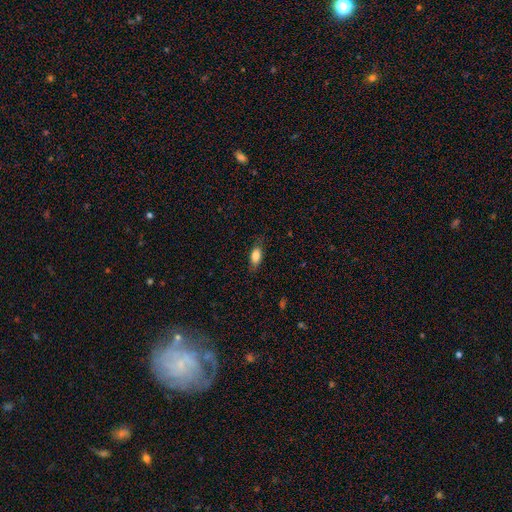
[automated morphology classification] A smooth galaxy with no disk features (82%) that is in between round and cigar-shaped (84%). Merging: none (76%).